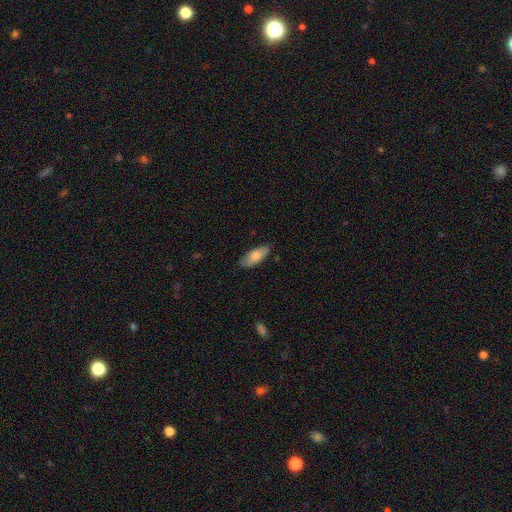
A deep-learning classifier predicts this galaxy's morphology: smooth-or-featured: smooth: 78% | featured or disk: 16% | star or artifact: 6%
  how-rounded: in between: 75% | cigar-shaped: 23% | round: 2%
  merging: none: 78% | minor disturbance: 18% | major disturbance: 3% | merger: 1%